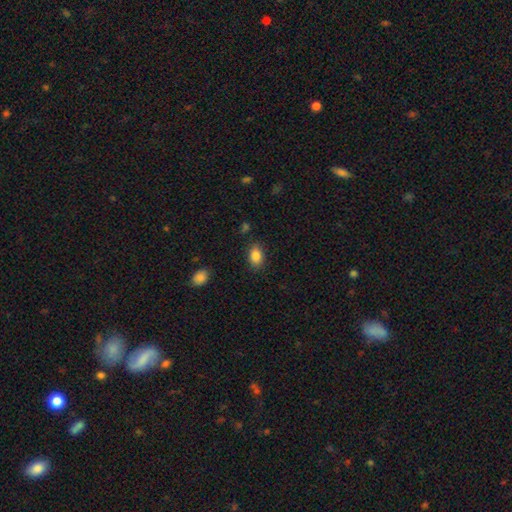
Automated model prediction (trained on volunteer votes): Smooth or featured: smooth — 87% (star or artifact — 8%)
How rounded: in between — 85% (round — 14%)
Merging: none — 84% (minor disturbance — 11%)